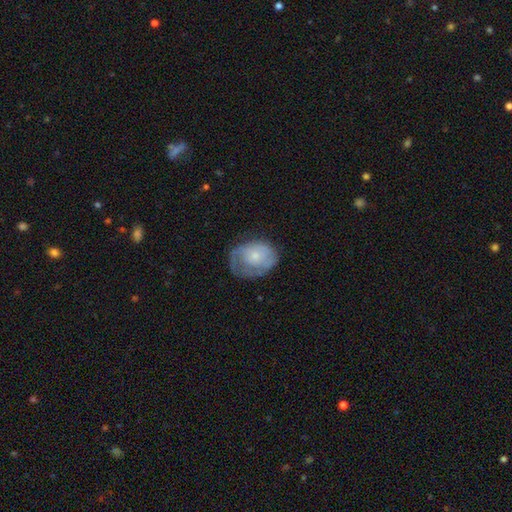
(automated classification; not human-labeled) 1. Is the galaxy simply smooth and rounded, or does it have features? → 51% featured or disk, 42% smooth, 7% star or artifact.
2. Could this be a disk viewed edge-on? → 97% no, 3% yes.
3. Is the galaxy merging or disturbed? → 51% none, 28% minor disturbance, 19% major disturbance, 1% merger.